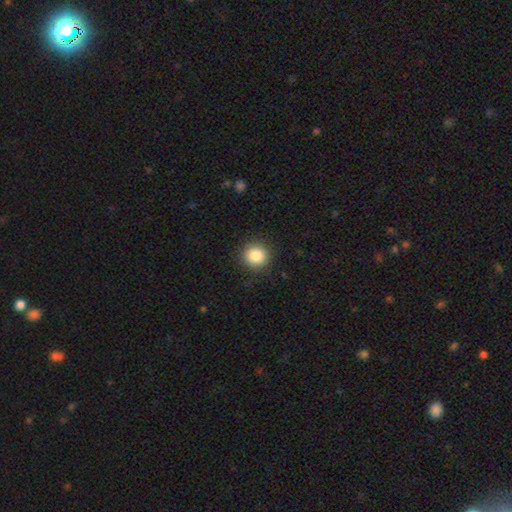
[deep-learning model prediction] smooth-or-featured: smooth: 85% | star or artifact: 10% | featured or disk: 5%
  how-rounded: round: 92% | in between: 7% | cigar-shaped: 1%
  merging: none: 91% | minor disturbance: 6% | major disturbance: 2% | merger: 1%